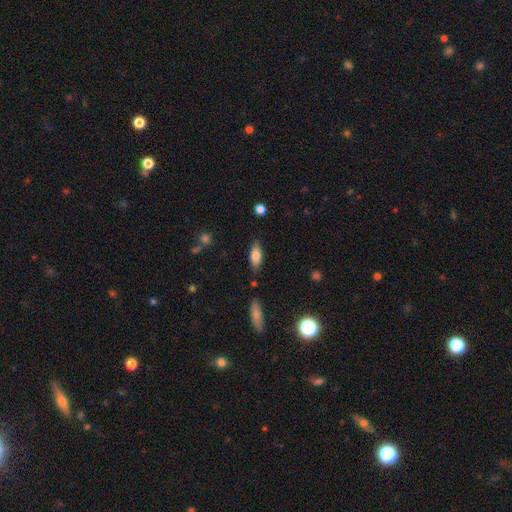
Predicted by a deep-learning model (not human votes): smooth_or_featured: smooth (p=0.78) [alt: featured or disk p=0.15]
how_rounded: in between (p=0.79) [alt: cigar-shaped p=0.19]
merging: none (p=0.80) [alt: minor disturbance p=0.14]